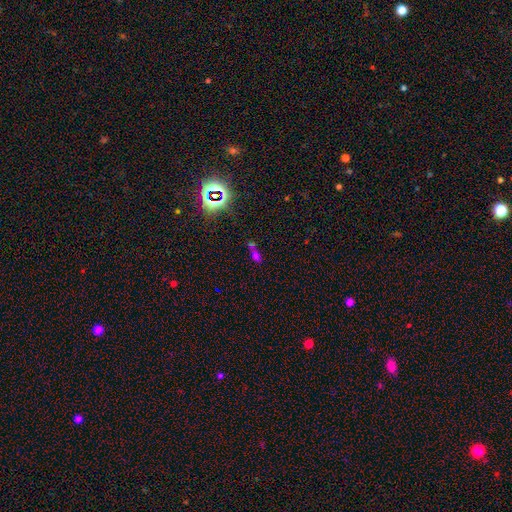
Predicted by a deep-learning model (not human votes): The model was most divided on "smooth or featured": smooth: 51%, star or artifact: 36%, featured or disk: 13%. More confident: how rounded — in between (68%); merging — merger (53%).